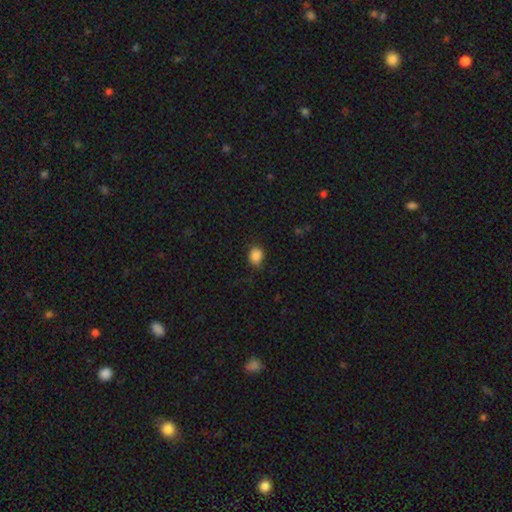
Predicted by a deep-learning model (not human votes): A smooth galaxy with no disk features (86%) that is round (62%).

Vote fractions:
- Smooth or featured? smooth: 86% / star or artifact: 10% / featured or disk: 4%
- How rounded? round: 62% / in between: 37% / cigar-shaped: 1%
- Merging? none: 71% / minor disturbance: 22% / major disturbance: 6% / merger: 1%